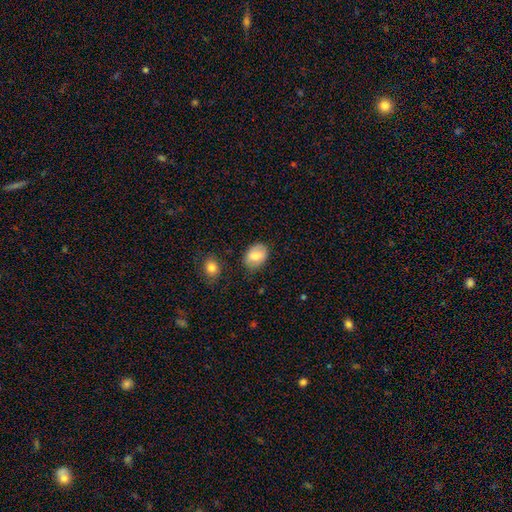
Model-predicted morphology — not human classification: Smooth or featured? smooth (76%)
How rounded? in between (75%)
Merging? none (71%)